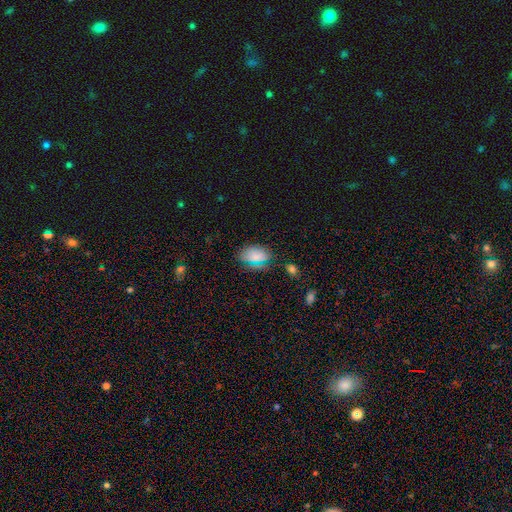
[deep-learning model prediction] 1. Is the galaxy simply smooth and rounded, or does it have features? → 72% smooth, 20% star or artifact, 7% featured or disk.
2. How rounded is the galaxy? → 86% in between, 11% round, 2% cigar-shaped.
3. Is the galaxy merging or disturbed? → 77% none, 16% minor disturbance, 4% major disturbance, 3% merger.